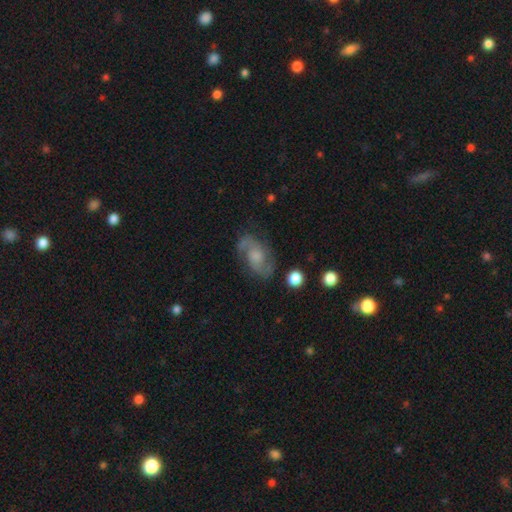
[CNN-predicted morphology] A featured or disk galaxy (78%) with no bar (61%), 2 (89%) medium (53%) spiral arms (94%) and a moderate central bulge (38%).

Vote fractions:
- Smooth or featured? featured or disk: 78% / smooth: 14% / star or artifact: 8%
- Edge-on disk? no: 96% / yes: 4%
- Bar? no: 61% / weak: 34% / strong: 5%
- Spiral arms? yes: 94% / no: 6%
- Spiral winding? medium: 53% / loose: 27% / tight: 20%
- Spiral arm count? 2: 89% / can't tell: 6% / 1: 2% / 3: 2% / 4: 1% / more than 4: 1%
- Bulge size? moderate: 38% / small: 30% / none: 16% / large: 13% / dominant: 2%
- Merging? none: 75% / minor disturbance: 16% / major disturbance: 7% / merger: 2%